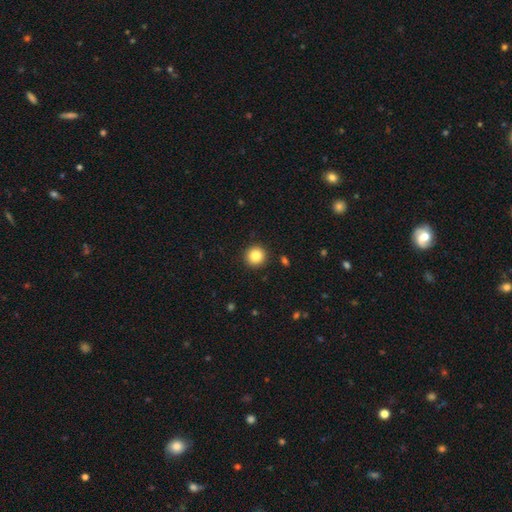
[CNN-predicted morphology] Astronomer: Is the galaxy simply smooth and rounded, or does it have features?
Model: smooth — 85%.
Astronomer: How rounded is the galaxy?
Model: round — 94%.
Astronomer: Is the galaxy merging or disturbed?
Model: none — 92%.